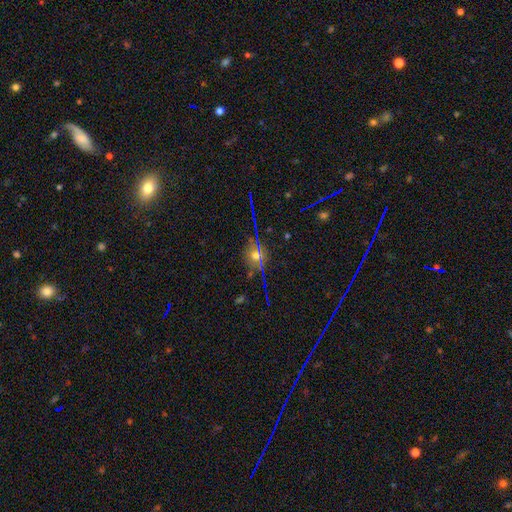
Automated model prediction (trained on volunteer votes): Morphology: type=star or artifact (45%).